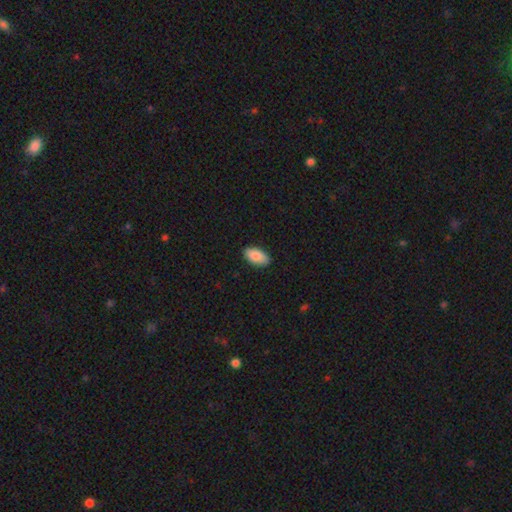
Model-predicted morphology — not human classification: Overall: smooth (88%). How rounded: in between (94%). Merging: none (88%).